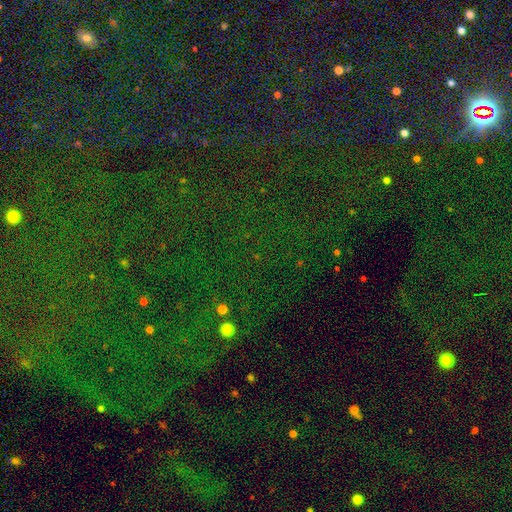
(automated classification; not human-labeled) Overall: star or artifact (83%).